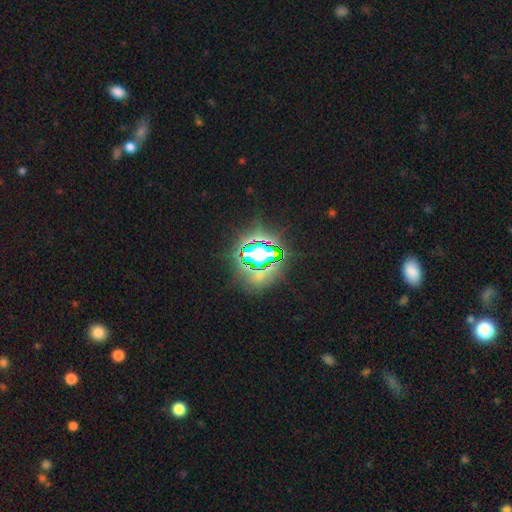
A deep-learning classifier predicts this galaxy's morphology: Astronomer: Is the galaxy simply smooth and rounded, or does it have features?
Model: star or artifact — 73%.